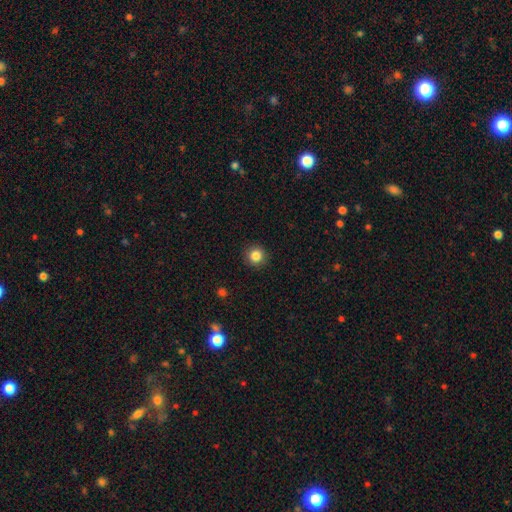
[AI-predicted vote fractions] This appears to be a smooth galaxy with no disk features (85%) that is round (95%). Merging: none (92%).